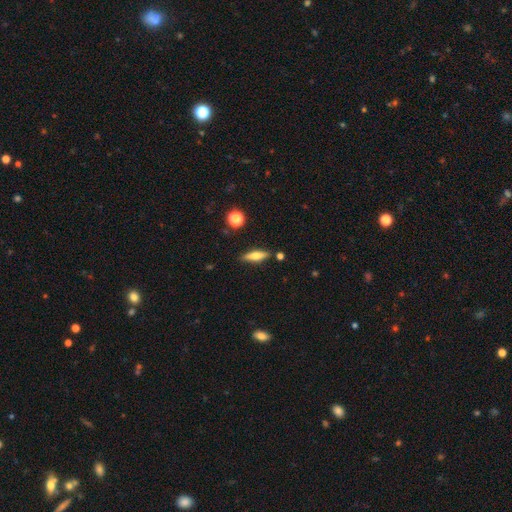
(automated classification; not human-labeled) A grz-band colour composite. It shows a smooth galaxy with no disk features (56%) that is cigar-shaped (61%). Merging: none (84%).